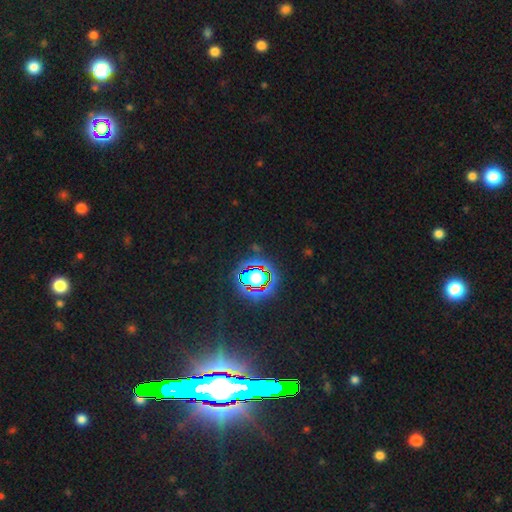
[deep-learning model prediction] Smooth or featured? Predicted: star or artifact (p=0.81).